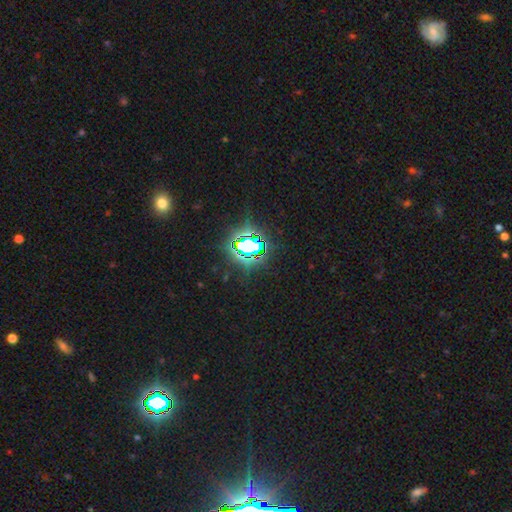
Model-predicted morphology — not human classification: Smooth or featured?
  - star or artifact: 82% *
  - smooth: 11%
  - featured or disk: 7%